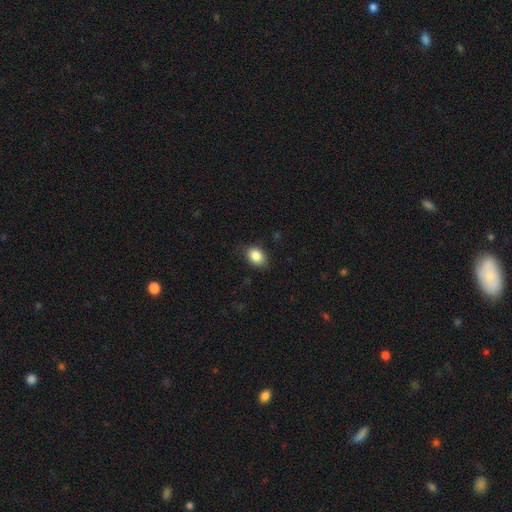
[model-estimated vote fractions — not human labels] smooth_or_featured: smooth (p=0.86) [alt: star or artifact p=0.08]
how_rounded: in between (p=0.74) [alt: round p=0.25]
merging: none (p=0.81) [alt: minor disturbance p=0.15]